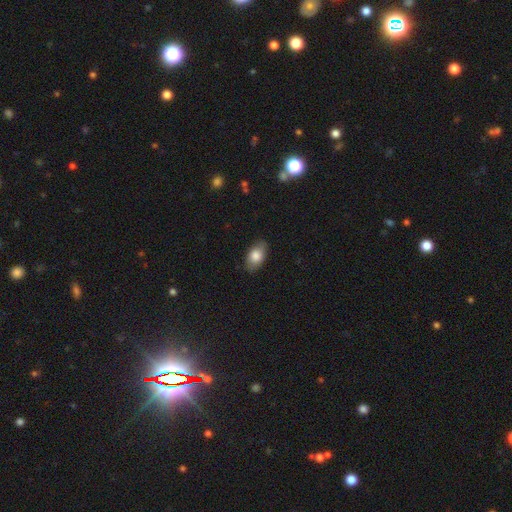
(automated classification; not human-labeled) smooth-or-featured: smooth: 80% | featured or disk: 13% | star or artifact: 7%
  how-rounded: in between: 91% | round: 7% | cigar-shaped: 2%
  merging: none: 82% | minor disturbance: 14% | major disturbance: 3% | merger: 1%